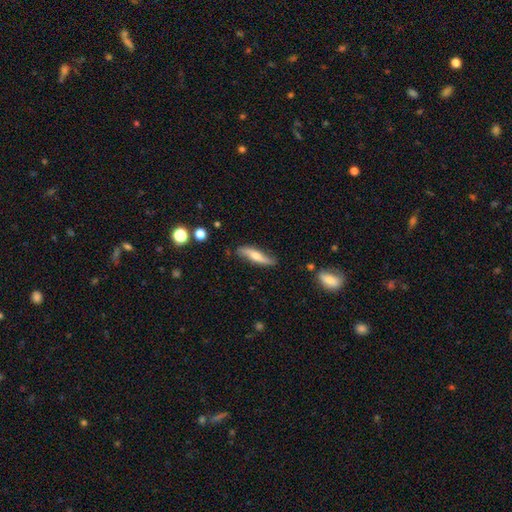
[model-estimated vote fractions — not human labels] Morphology: type=featured or disk (54%); edge-on=yes (65%); merging=none (78%).